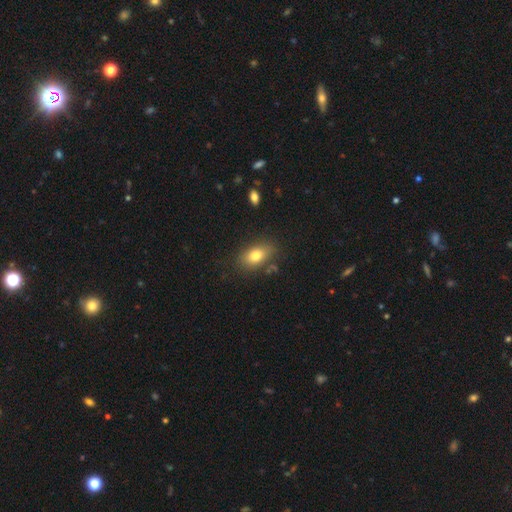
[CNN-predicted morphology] This is likely a smooth galaxy (78%). How rounded: clearly in between (83%). Merging: likely none (78%).